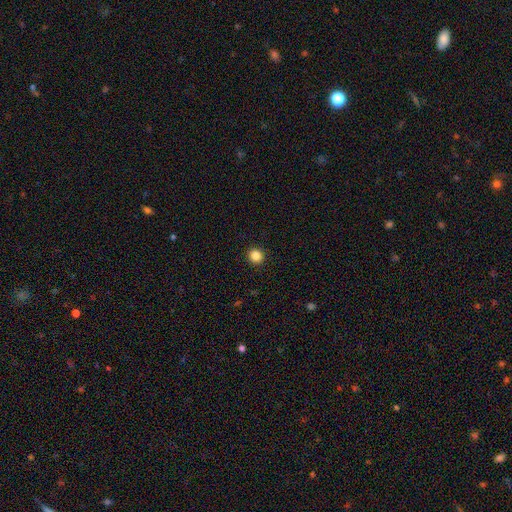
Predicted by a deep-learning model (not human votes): Overall: smooth (85%). How rounded: round (94%). Merging: none (93%).